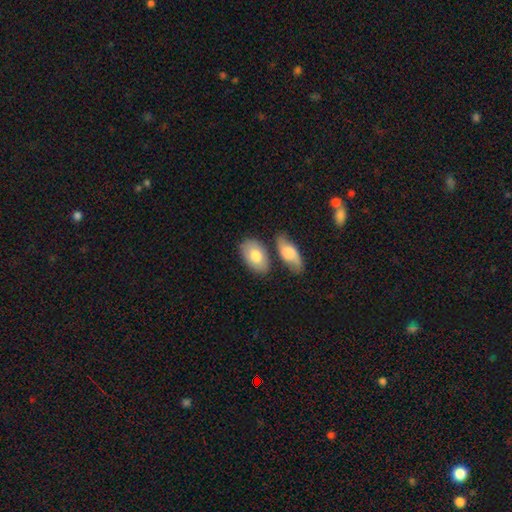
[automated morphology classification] type=smooth (74%); roundness=in between (93%); merging=none (66%).